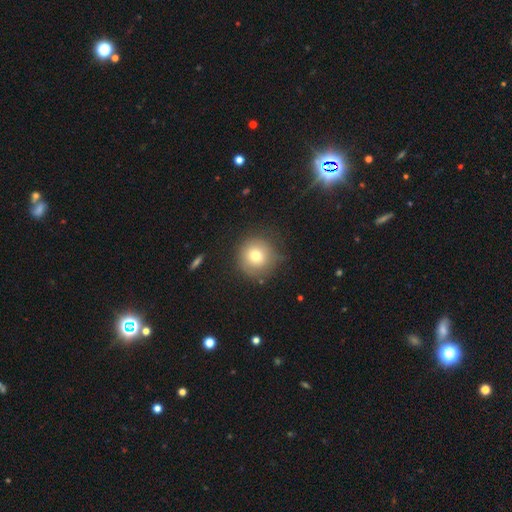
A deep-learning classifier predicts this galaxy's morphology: Smooth or featured?
  - smooth: 74% *
  - featured or disk: 16%
  - star or artifact: 11%
How rounded?
  - round: 94% *
  - in between: 5%
  - cigar-shaped: 1%
Merging?
  - none: 78% *
  - minor disturbance: 15%
  - major disturbance: 5%
  - merger: 2%